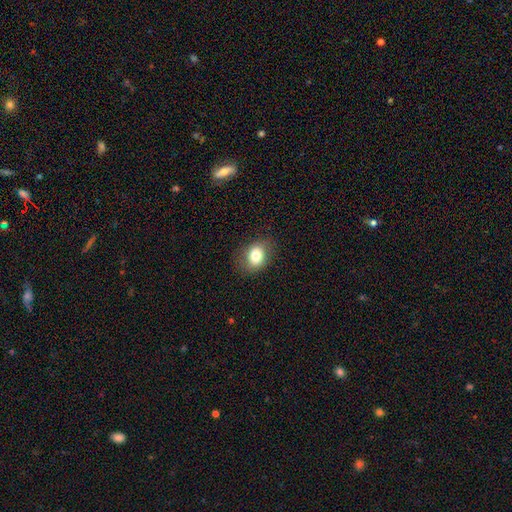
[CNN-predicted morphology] Smooth or featured? smooth (79%)
How rounded? in between (60%)
Merging? none (82%)